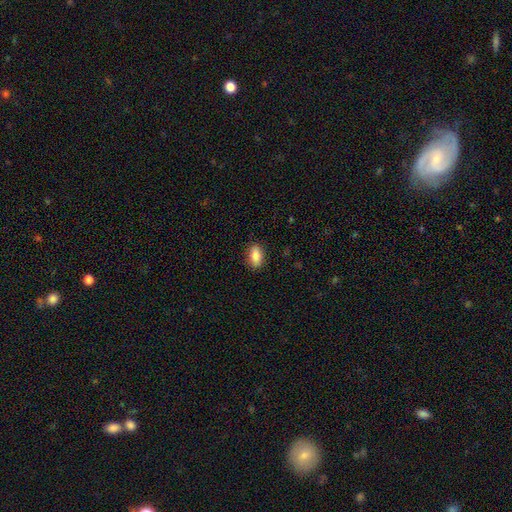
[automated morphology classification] smooth-or-featured: smooth: 85% | star or artifact: 7% | featured or disk: 7%
  how-rounded: in between: 88% | round: 7% | cigar-shaped: 5%
  merging: none: 87% | minor disturbance: 10% | major disturbance: 2% | merger: 1%